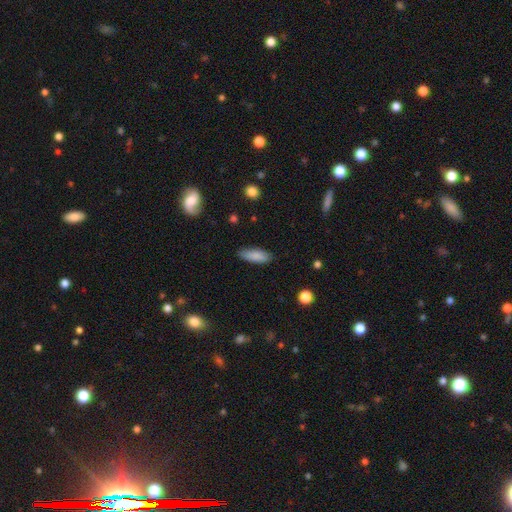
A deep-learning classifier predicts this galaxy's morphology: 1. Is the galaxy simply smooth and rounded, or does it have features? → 85% smooth, 8% featured or disk, 6% star or artifact.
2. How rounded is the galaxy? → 65% in between, 33% cigar-shaped, 2% round.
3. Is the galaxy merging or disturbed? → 86% none, 11% minor disturbance, 2% major disturbance, 1% merger.